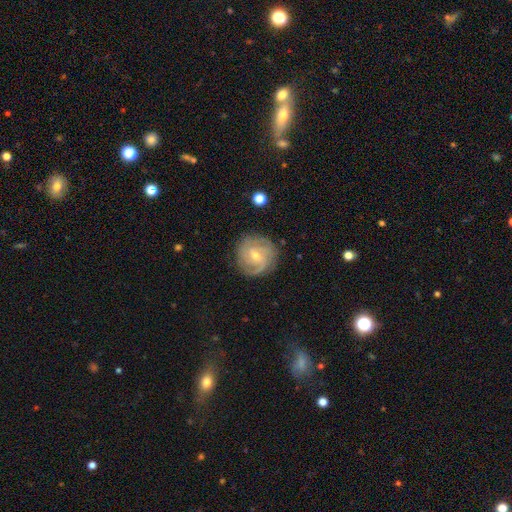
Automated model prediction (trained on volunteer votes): A featured or disk galaxy (81%) with a weak bar (51%), 2 (34%) tight (58%) spiral arms (95%) and a small central bulge (53%).

Vote fractions:
- Smooth or featured? featured or disk: 81% / smooth: 12% / star or artifact: 7%
- Edge-on disk? no: 97% / yes: 3%
- Bar? weak: 51% / no: 34% / strong: 15%
- Spiral arms? yes: 95% / no: 5%
- Spiral winding? tight: 58% / medium: 33% / loose: 9%
- Spiral arm count? 2: 34% / 3: 26% / can't tell: 24% / 4: 7% / 1: 5% / more than 4: 5%
- Bulge size? small: 53% / moderate: 44% / large: 1% / none: 1% / dominant: 1%
- Merging? none: 82% / minor disturbance: 13% / major disturbance: 4% / merger: 1%